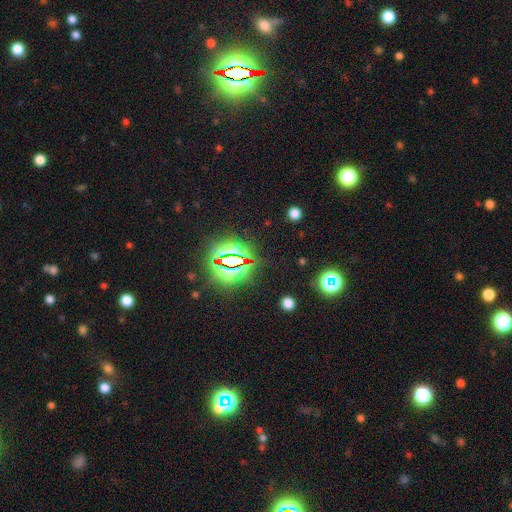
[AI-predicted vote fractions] smooth-or-featured: star or artifact: 81% | smooth: 12% | featured or disk: 7%